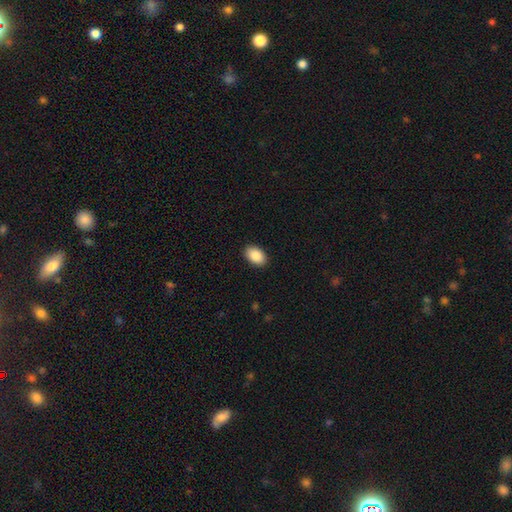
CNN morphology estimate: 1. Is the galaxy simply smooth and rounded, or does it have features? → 88% smooth, 7% star or artifact, 5% featured or disk.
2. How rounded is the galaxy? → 90% in between, 9% round, 1% cigar-shaped.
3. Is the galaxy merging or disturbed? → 90% none, 7% minor disturbance, 2% major disturbance, 1% merger.